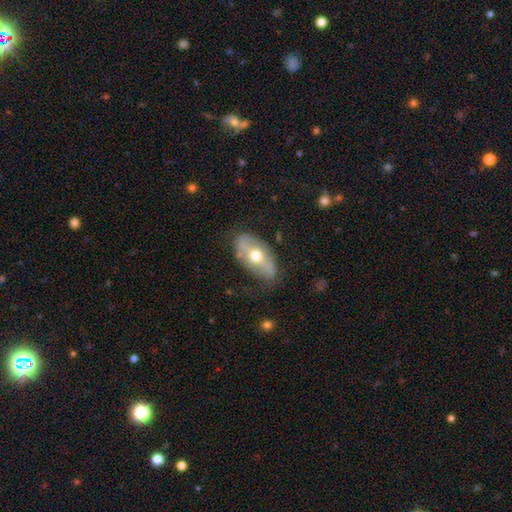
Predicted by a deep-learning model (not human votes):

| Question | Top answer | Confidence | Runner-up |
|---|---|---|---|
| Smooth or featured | featured or disk | 52% | smooth (42%) |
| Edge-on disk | no | 82% | yes (18%) |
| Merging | none | 66% | minor disturbance (23%) |